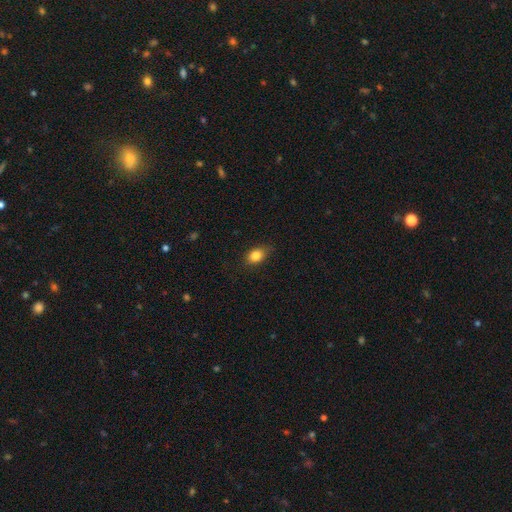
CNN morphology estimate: smooth_or_featured: smooth (p=0.84) [alt: star or artifact p=0.09]
how_rounded: in between (p=0.72) [alt: round p=0.26]
merging: none (p=0.78) [alt: minor disturbance p=0.17]